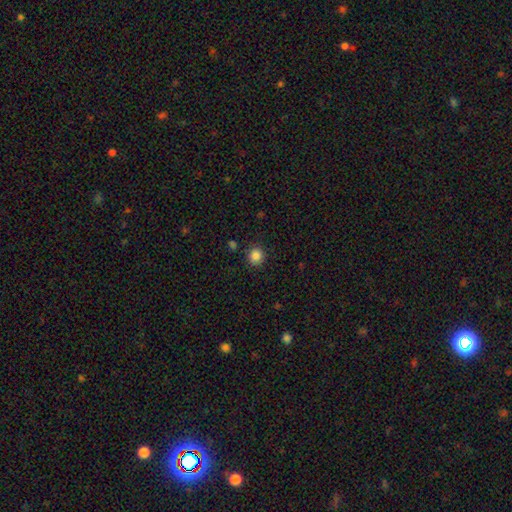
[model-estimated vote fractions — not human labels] smooth_or_featured: smooth (p=0.86) [alt: star or artifact p=0.11]
how_rounded: round (p=0.90) [alt: in between p=0.09]
merging: none (p=0.89) [alt: minor disturbance p=0.07]